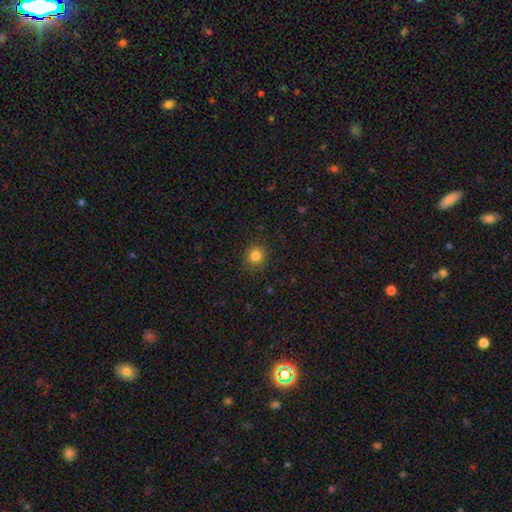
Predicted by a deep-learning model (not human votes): smooth 84%, star or artifact 12%, featured or disk 5%. Down the decision tree: how rounded — round (90%); merging — none (89%).